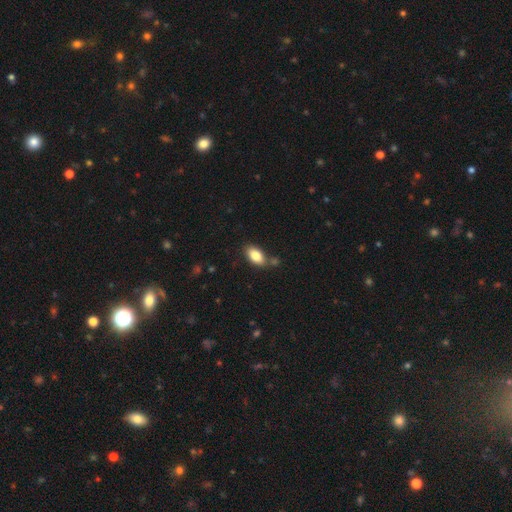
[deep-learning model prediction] Smooth or featured?
  - smooth: 84% *
  - featured or disk: 9%
  - star or artifact: 7%
How rounded?
  - in between: 92% *
  - round: 4%
  - cigar-shaped: 4%
Merging?
  - none: 72% *
  - minor disturbance: 15%
  - merger: 9%
  - major disturbance: 4%